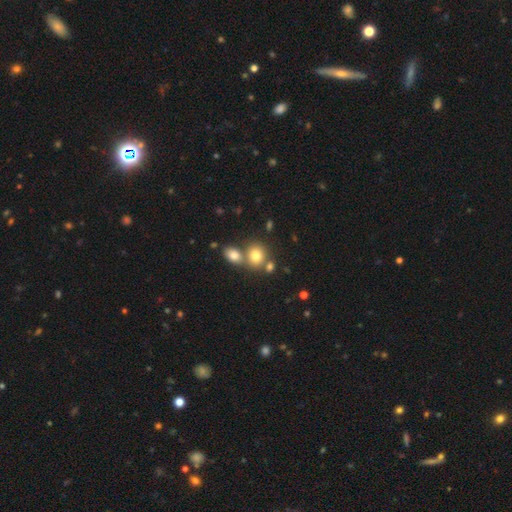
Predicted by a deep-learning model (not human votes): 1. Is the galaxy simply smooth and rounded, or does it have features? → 78% smooth, 11% star or artifact, 11% featured or disk.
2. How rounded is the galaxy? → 67% round, 32% in between, 1% cigar-shaped.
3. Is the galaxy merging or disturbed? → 51% none, 38% merger, 9% minor disturbance, 3% major disturbance.